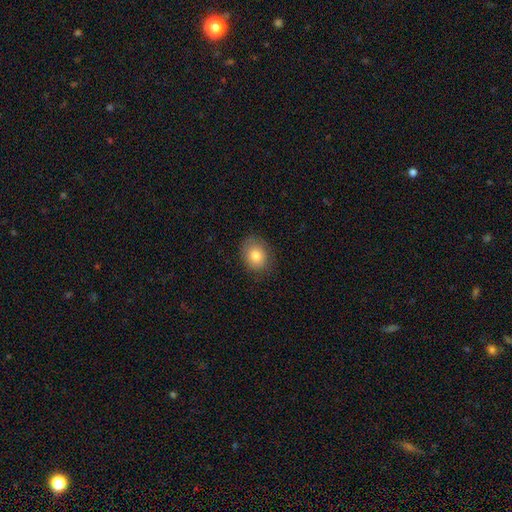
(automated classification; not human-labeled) This appears to be a smooth galaxy with no disk features (80%) that is in between round and cigar-shaped (52%). Merging: none (81%).